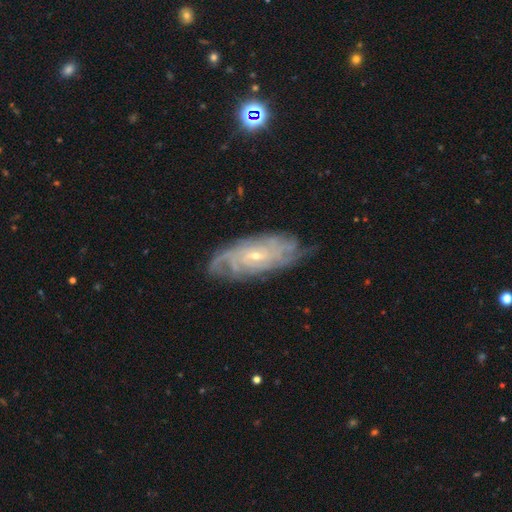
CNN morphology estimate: Smooth or featured: featured or disk — 85% (smooth — 8%)
Edge-on disk: no — 92% (yes — 8%)
Bar: no — 63% (weak — 30%)
Spiral arms: yes — 96% (no — 4%)
Spiral winding: tight — 72% (medium — 22%)
Spiral arm count: can't tell — 38% (4 — 19%)
Bulge size: small — 77% (moderate — 19%)
Merging: none — 76% (minor disturbance — 17%)